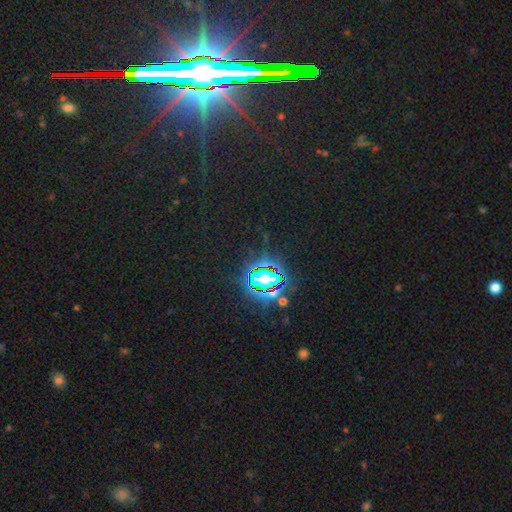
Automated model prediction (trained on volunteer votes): The model was most divided on "smooth or featured": star or artifact: 86%, featured or disk: 7%, smooth: 7%.